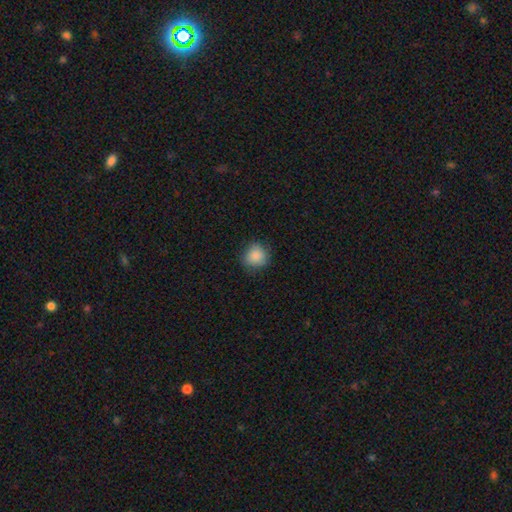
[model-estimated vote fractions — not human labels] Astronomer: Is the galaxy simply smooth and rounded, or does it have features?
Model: smooth — 87%.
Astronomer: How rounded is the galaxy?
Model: round — 88%.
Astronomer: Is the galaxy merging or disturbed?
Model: none — 82%.